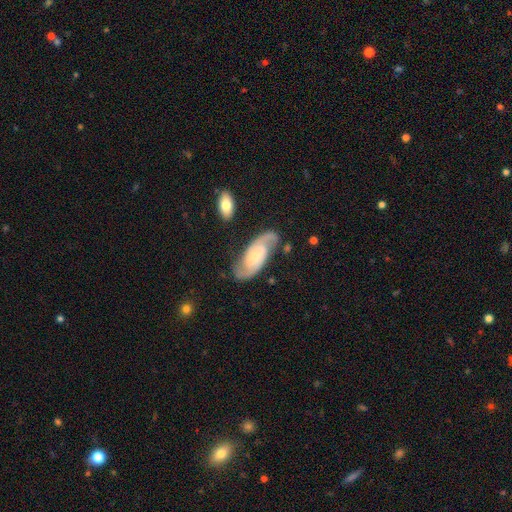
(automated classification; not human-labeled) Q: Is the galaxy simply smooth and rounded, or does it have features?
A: featured or disk — 87%.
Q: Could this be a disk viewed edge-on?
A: no — 96%.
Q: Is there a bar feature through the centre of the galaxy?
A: no — 51%.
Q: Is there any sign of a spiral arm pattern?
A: yes — 97%.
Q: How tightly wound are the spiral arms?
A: medium — 47%.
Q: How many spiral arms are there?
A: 2 — 92%.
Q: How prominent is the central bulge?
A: small — 55%.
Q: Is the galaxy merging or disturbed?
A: none — 79%.